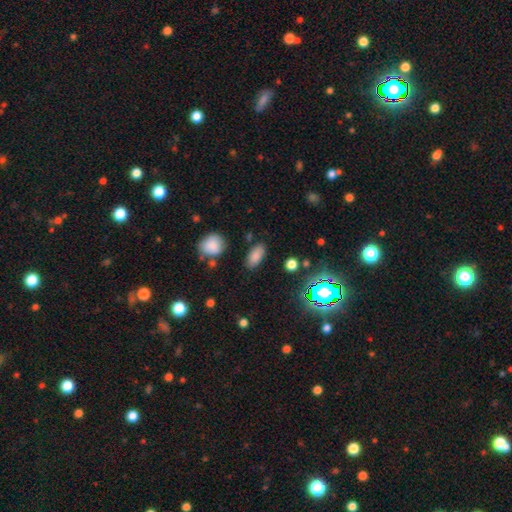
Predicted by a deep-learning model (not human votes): Smooth or featured? smooth (82%)
How rounded? in between (89%)
Merging? none (84%)